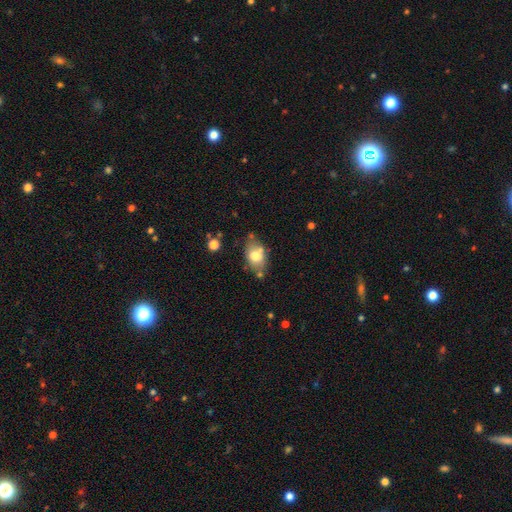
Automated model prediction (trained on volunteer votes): A smooth galaxy with no disk features (72%) that is in between round and cigar-shaped (81%).

Vote fractions:
- Smooth or featured? smooth: 72% / featured or disk: 19% / star or artifact: 9%
- How rounded? in between: 81% / round: 17% / cigar-shaped: 2%
- Merging? none: 67% / minor disturbance: 18% / merger: 10% / major disturbance: 5%